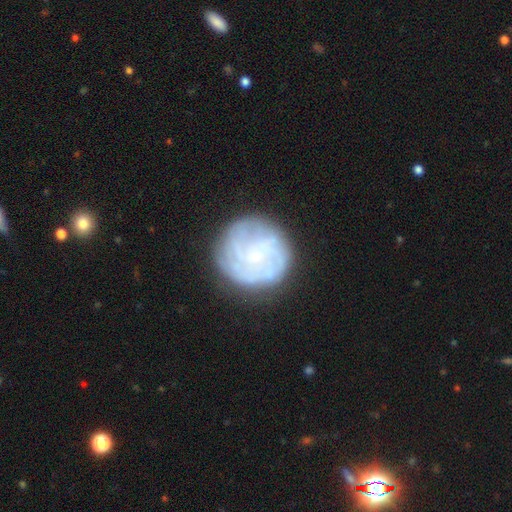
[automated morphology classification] Smooth or featured? featured or disk (61%)
Edge-on disk? no (98%)
Bar? no (74%)
Spiral arms? yes (79%)
Bulge size? small (63%)
Merging? none (79%)